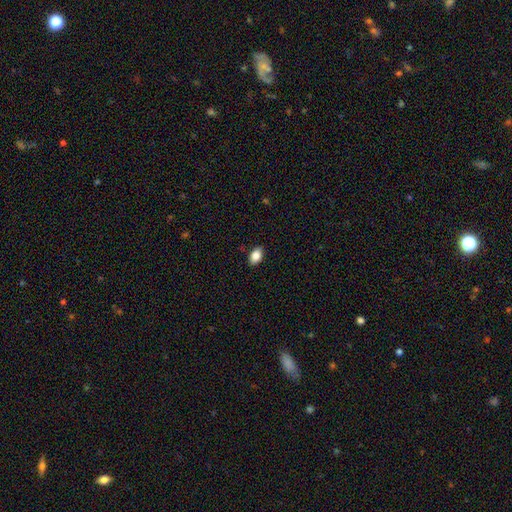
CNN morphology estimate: Smooth or featured: smooth — 86% (star or artifact — 8%)
How rounded: in between — 89% (round — 10%)
Merging: none — 88% (minor disturbance — 9%)